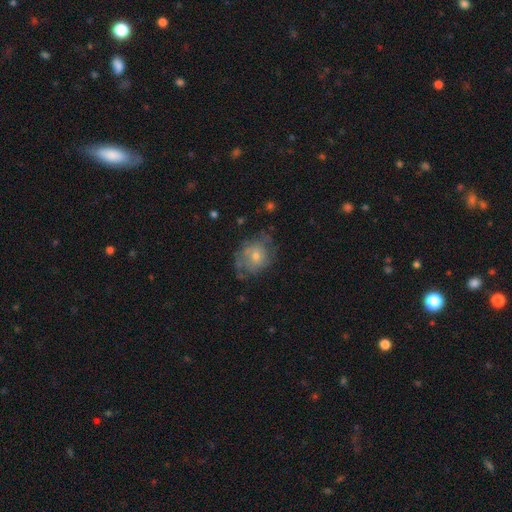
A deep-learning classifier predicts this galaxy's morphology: Smooth or featured: featured or disk — 52% (smooth — 38%)
Edge-on disk: no — 96% (yes — 4%)
Merging: none — 58% (minor disturbance — 25%)